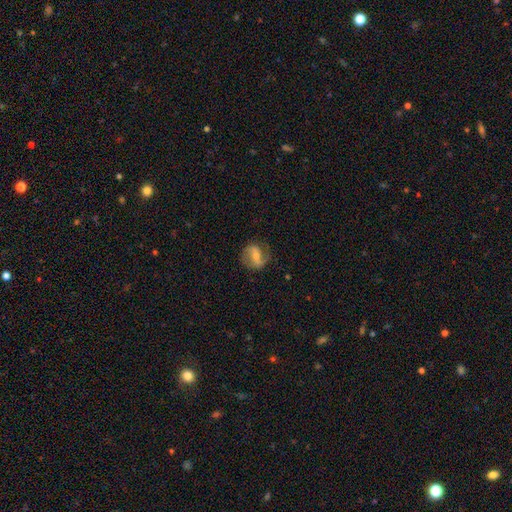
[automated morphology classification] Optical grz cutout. It shows a featured or disk galaxy (68%) with a weak bar (41%), 2 (85%) medium (42%) spiral arms (89%) and a small central bulge (43%). Merging: none (73%).